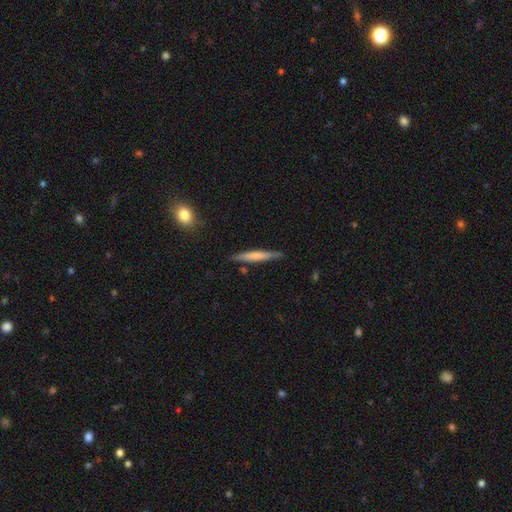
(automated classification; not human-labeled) Smooth or featured: smooth — 58% (featured or disk — 36%)
How rounded: cigar-shaped — 94% (in between — 5%)
Merging: none — 83% (minor disturbance — 12%)